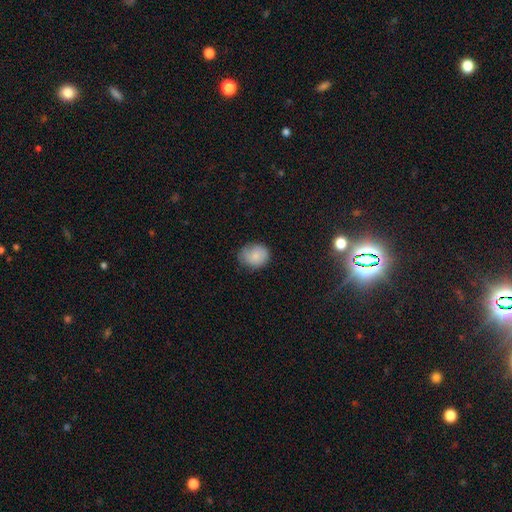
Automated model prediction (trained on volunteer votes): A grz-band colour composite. It shows a smooth galaxy with no disk features (82%) that is in between round and cigar-shaped (50%). Merging: none (70%).